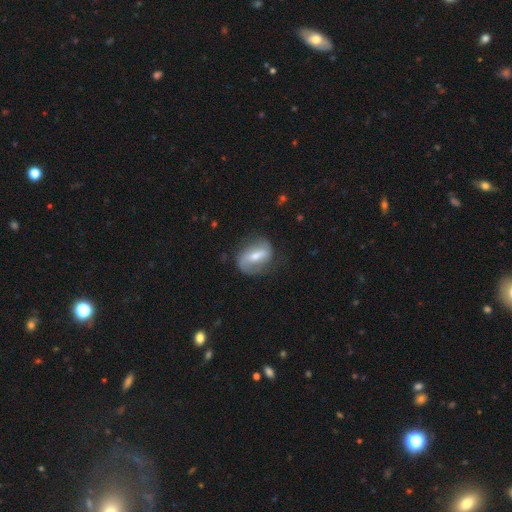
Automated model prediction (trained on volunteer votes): This appears to be a featured or disk galaxy (64%) with a strong bar (47%), spiral arms (74%) and a moderate central bulge (54%). Merging: none (66%).